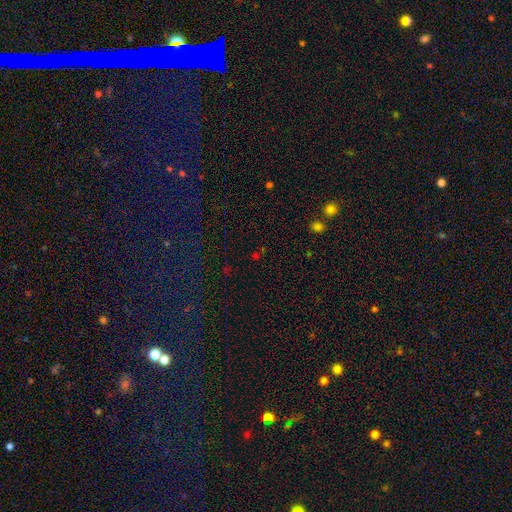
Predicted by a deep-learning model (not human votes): Smooth or featured? star or artifact (57%)